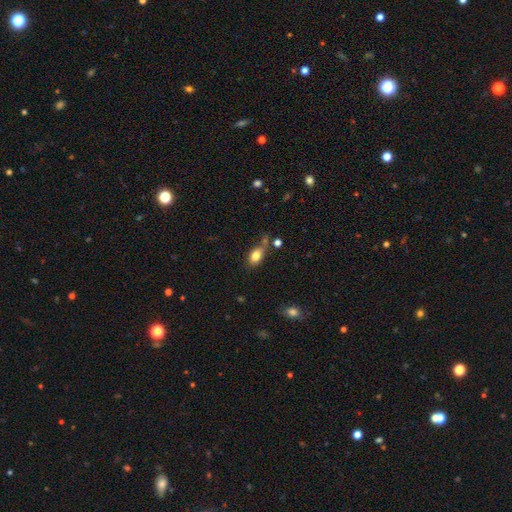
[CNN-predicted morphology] Smooth or featured? smooth (80%)
How rounded? in between (80%)
Merging? none (54%)